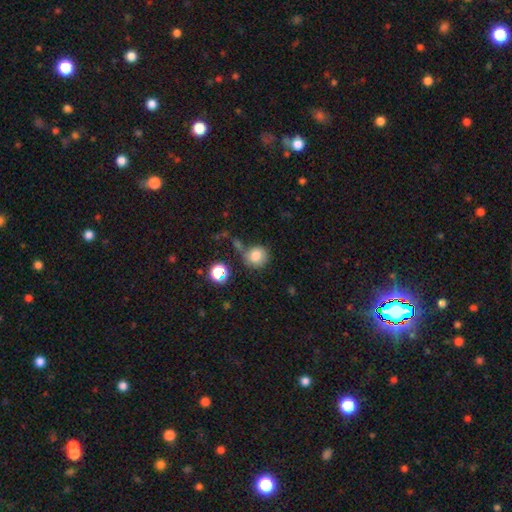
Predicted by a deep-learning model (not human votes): Smooth or featured?
  - smooth: 78% *
  - star or artifact: 12%
  - featured or disk: 9%
How rounded?
  - round: 87% *
  - in between: 12%
  - cigar-shaped: 1%
Merging?
  - none: 64% *
  - minor disturbance: 16%
  - merger: 13%
  - major disturbance: 7%